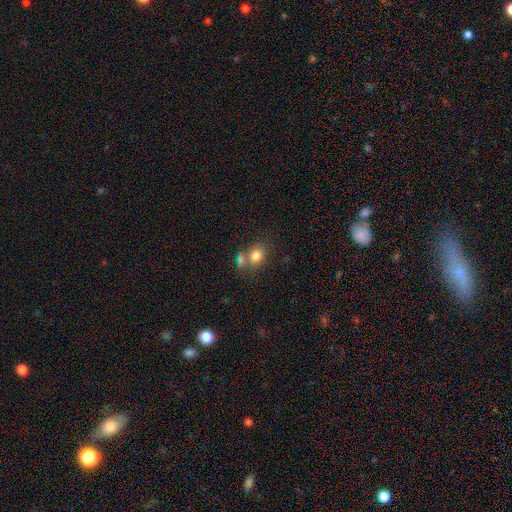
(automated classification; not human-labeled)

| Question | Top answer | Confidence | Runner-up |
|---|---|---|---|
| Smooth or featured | smooth | 81% | star or artifact (10%) |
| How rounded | in between | 53% | round (46%) |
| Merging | none | 48% | merger (35%) |